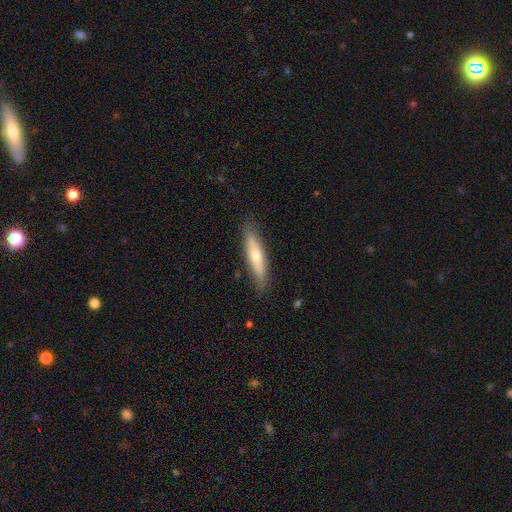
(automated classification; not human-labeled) A smooth galaxy with no disk features (59%) that is cigar-shaped (81%).

Vote fractions:
- Smooth or featured? smooth: 59% / featured or disk: 35% / star or artifact: 6%
- How rounded? cigar-shaped: 81% / in between: 17% / round: 2%
- Merging? none: 86% / minor disturbance: 11% / major disturbance: 2% / merger: 1%